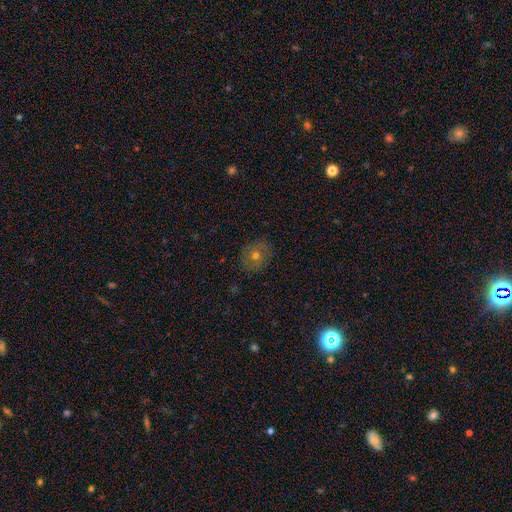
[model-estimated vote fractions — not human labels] The model was most divided on "smooth or featured": smooth: 55%, featured or disk: 27%, star or artifact: 18%. More confident: merging — none (83%); how rounded — round (75%).